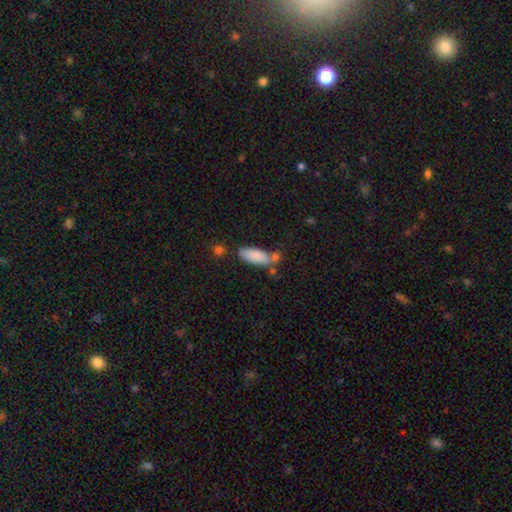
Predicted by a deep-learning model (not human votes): Smooth or featured? Predicted: smooth (p=0.85). How rounded? Predicted: in between (p=0.73). Merging? Predicted: none (p=0.60).